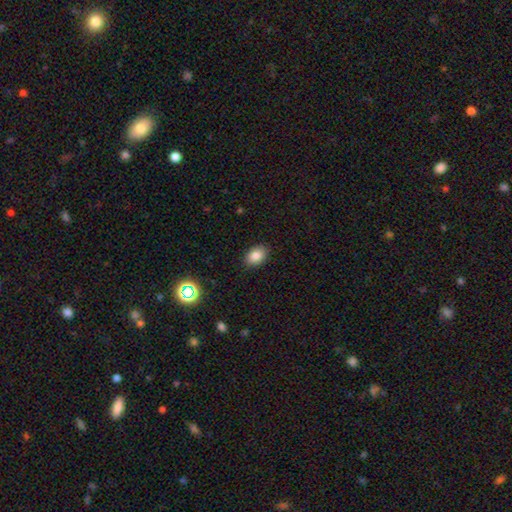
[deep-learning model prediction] Smooth or featured: smooth — 85% (star or artifact — 10%)
How rounded: in between — 82% (round — 17%)
Merging: none — 88% (minor disturbance — 9%)